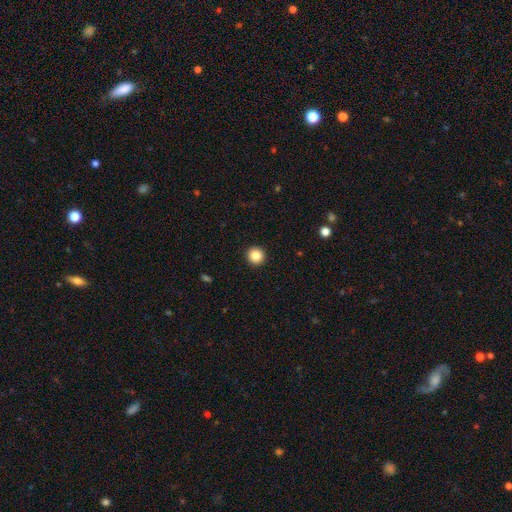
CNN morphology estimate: Smooth or featured? Predicted: smooth (p=0.86). How rounded? Predicted: round (p=0.95). Merging? Predicted: none (p=0.94).